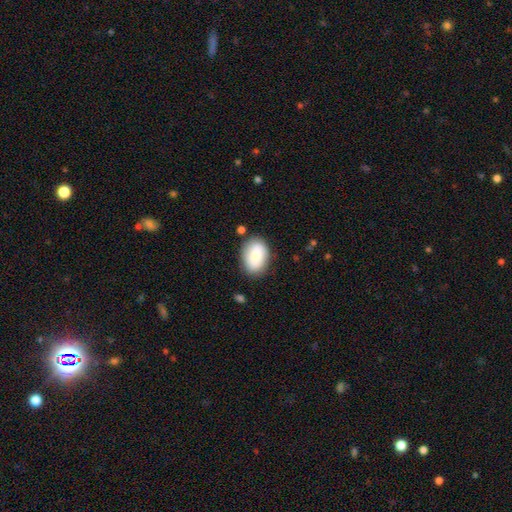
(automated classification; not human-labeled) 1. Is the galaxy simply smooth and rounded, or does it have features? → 81% smooth, 12% featured or disk, 7% star or artifact.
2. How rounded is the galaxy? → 83% in between, 16% round, 1% cigar-shaped.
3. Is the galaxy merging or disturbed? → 79% none, 15% minor disturbance, 4% major disturbance, 3% merger.